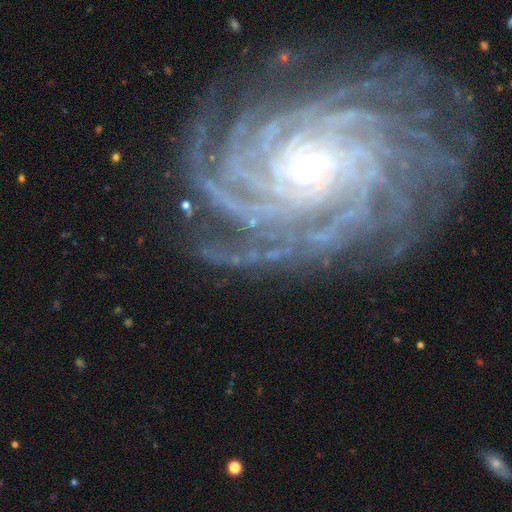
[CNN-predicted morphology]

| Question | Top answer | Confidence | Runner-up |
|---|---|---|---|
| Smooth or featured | featured or disk | 87% | star or artifact (8%) |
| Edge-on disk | no | 97% | yes (3%) |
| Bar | no | 67% | weak (19%) |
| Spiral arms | yes | 98% | no (2%) |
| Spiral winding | tight | 78% | medium (18%) |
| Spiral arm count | more than 4 | 36% | 4 (18%) |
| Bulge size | small | 83% | moderate (12%) |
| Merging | none | 71% | minor disturbance (15%) |